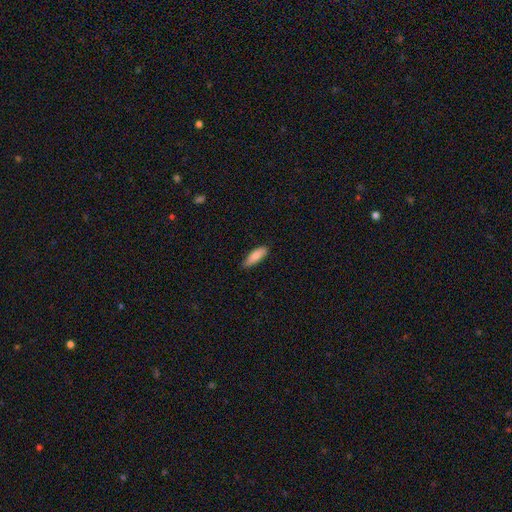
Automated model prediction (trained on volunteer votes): Smooth or featured? Predicted: smooth (p=0.84). How rounded? Predicted: in between (p=0.57). Merging? Predicted: none (p=0.82).